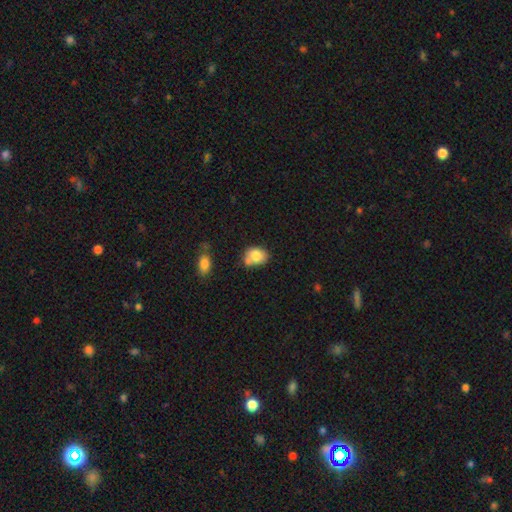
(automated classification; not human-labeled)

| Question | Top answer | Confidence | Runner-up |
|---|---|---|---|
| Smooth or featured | smooth | 80% | featured or disk (12%) |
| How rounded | in between | 59% | round (40%) |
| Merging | none | 46% | merger (25%) |